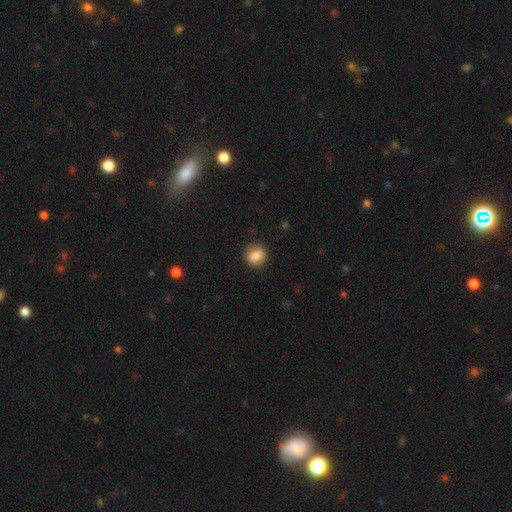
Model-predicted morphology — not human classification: smooth_or_featured: smooth (p=0.85) [alt: star or artifact p=0.09]
how_rounded: round (p=0.72) [alt: in between p=0.26]
merging: none (p=0.86) [alt: minor disturbance p=0.10]